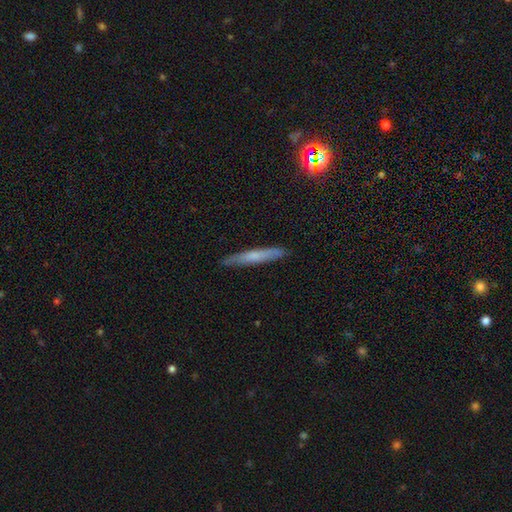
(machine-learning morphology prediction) The model was most divided on "smooth or featured": smooth: 56%, featured or disk: 36%, star or artifact: 8%. More confident: how rounded — cigar-shaped (95%); merging — none (88%).